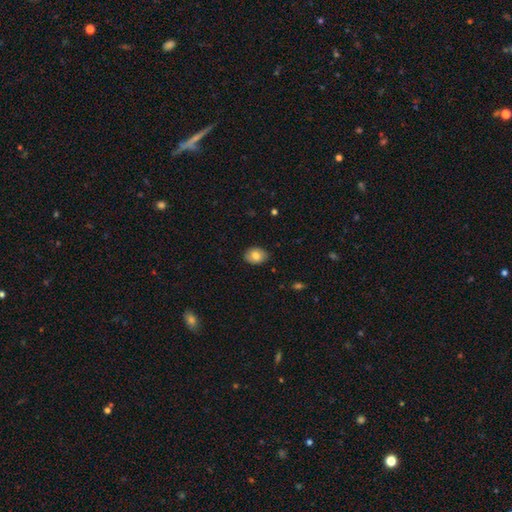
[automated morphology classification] Smooth or featured? Predicted: smooth (p=0.80). How rounded? Predicted: in between (p=0.72). Merging? Predicted: none (p=0.84).